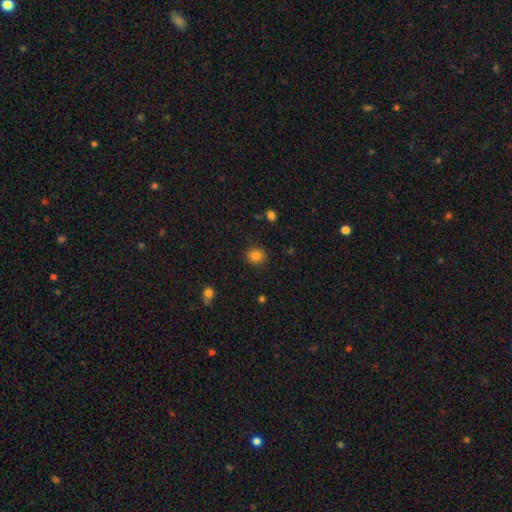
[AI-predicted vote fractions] Smooth or featured? smooth (84%)
How rounded? round (84%)
Merging? none (89%)